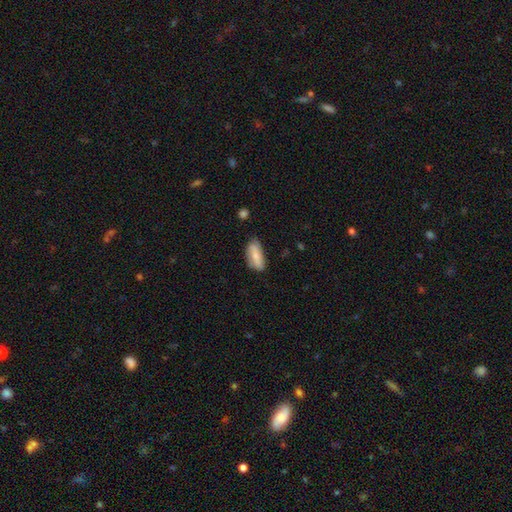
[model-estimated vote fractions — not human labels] smooth_or_featured: smooth (p=0.72) [alt: featured or disk p=0.22]
how_rounded: in between (p=0.81) [alt: cigar-shaped p=0.16]
merging: none (p=0.68) [alt: minor disturbance p=0.25]